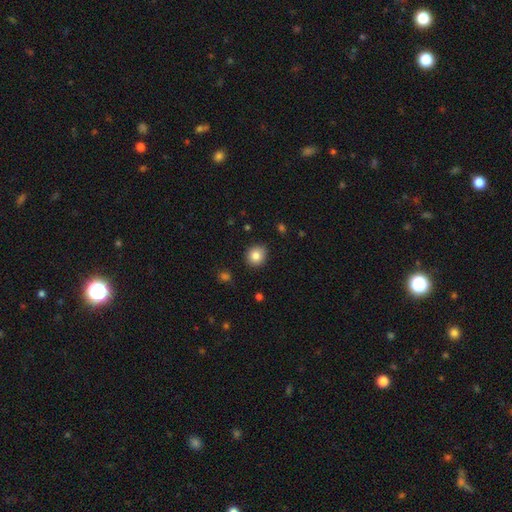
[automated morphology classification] Q: Smooth or featured?
A: smooth (84%); runner-up: star or artifact (10%)
Q: How rounded?
A: round (79%); runner-up: in between (21%)
Q: Merging?
A: none (87%); runner-up: minor disturbance (10%)